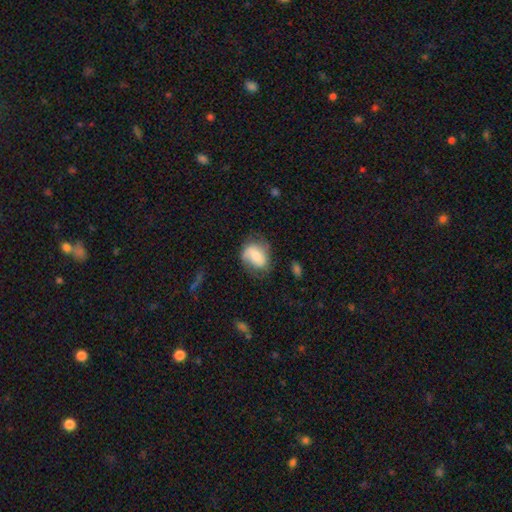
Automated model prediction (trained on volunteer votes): Q: Smooth or featured?
A: smooth (52%); runner-up: featured or disk (41%)
Q: How rounded?
A: in between (60%); runner-up: round (38%)
Q: Merging?
A: none (58%); runner-up: minor disturbance (27%)